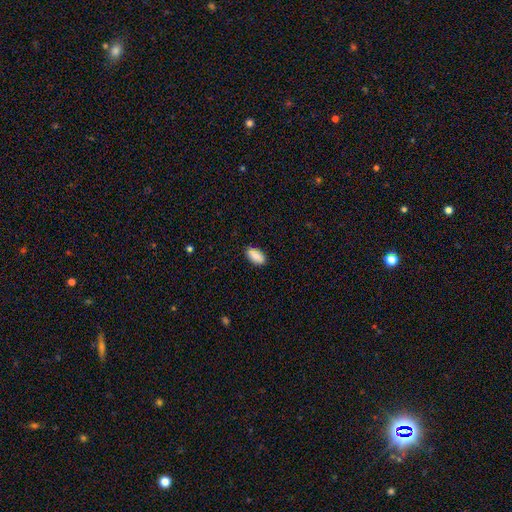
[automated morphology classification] This appears to be a smooth galaxy with no disk features (84%) that is in between round and cigar-shaped (92%). Merging: none (82%).